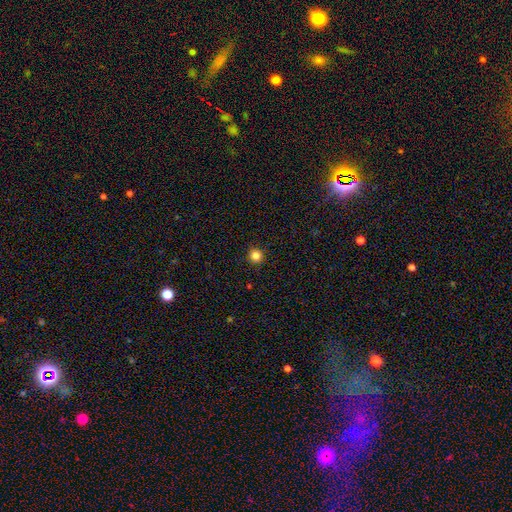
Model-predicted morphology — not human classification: type=smooth (83%); roundness=round (94%); merging=none (93%).